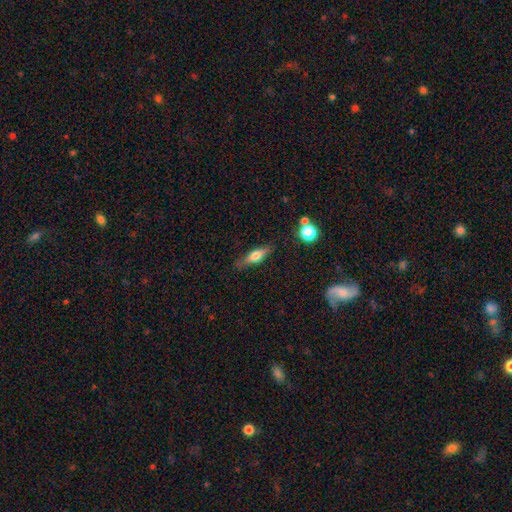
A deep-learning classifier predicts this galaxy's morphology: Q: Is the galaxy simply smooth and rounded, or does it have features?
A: smooth — 49%.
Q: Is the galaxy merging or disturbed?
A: none — 77%.